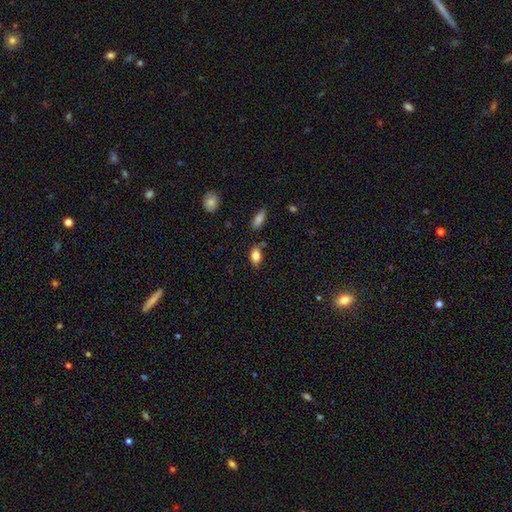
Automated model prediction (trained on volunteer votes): Smooth or featured? smooth (81%)
How rounded? in between (85%)
Merging? none (77%)